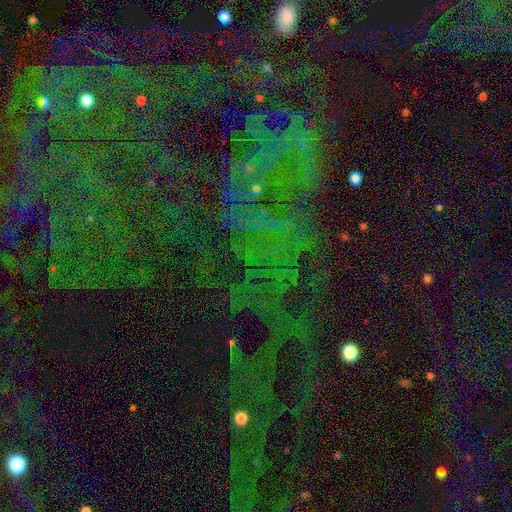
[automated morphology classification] Smooth or featured?
  - star or artifact: 77% *
  - featured or disk: 13%
  - smooth: 10%